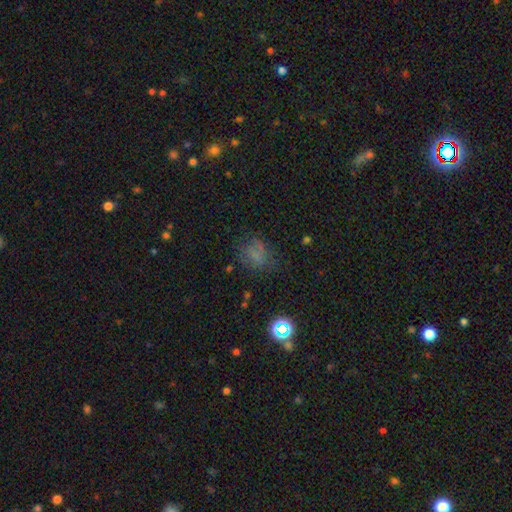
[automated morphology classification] Overall: smooth (56%; star or artifact 27%). How rounded: round (62%; in between 37%). Merging: none (60%; minor disturbance 23%).